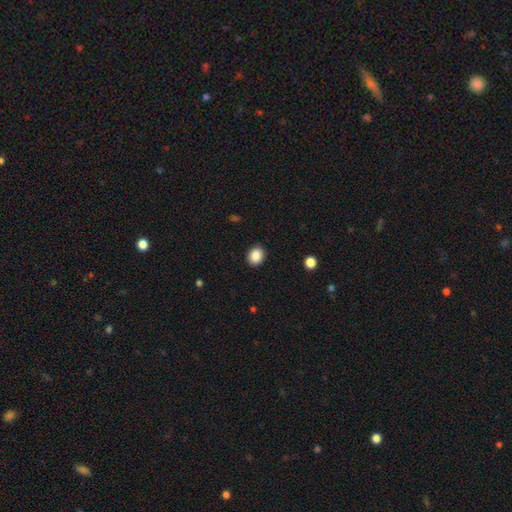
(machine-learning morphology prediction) smooth 87%, star or artifact 9%, featured or disk 4%. Down the decision tree: how rounded — round (66%); merging — none (91%).